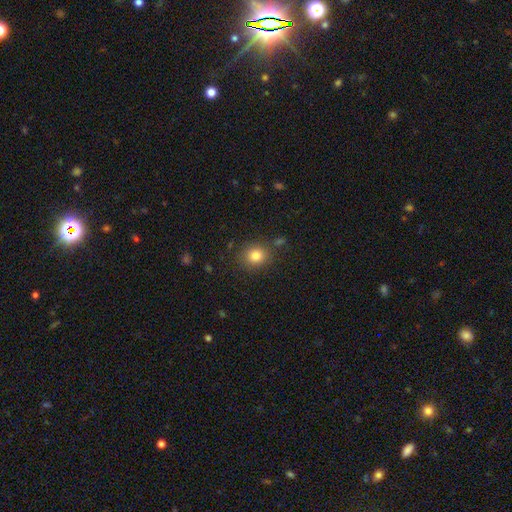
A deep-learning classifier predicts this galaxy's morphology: smooth_or_featured: smooth (p=0.82) [alt: star or artifact p=0.11]
how_rounded: round (p=0.74) [alt: in between p=0.25]
merging: none (p=0.83) [alt: minor disturbance p=0.10]